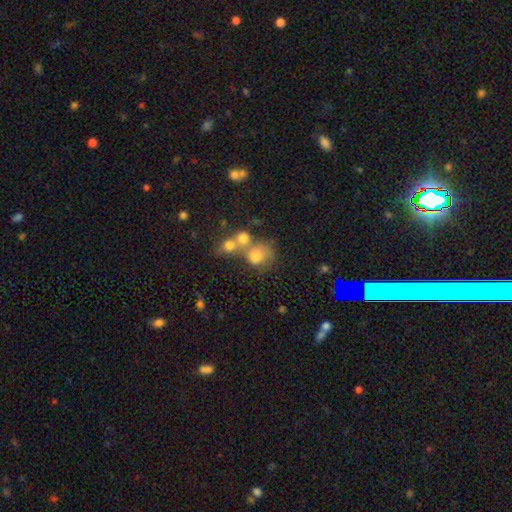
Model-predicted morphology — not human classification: smooth-or-featured: smooth: 65% | featured or disk: 18% | star or artifact: 17%
  how-rounded: round: 69% | in between: 30% | cigar-shaped: 1%
  merging: merger: 52% | none: 30% | minor disturbance: 10% | major disturbance: 8%